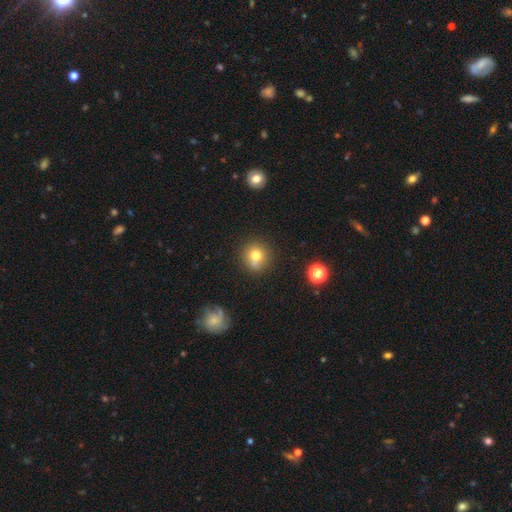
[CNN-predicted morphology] smooth 74%, star or artifact 13%, featured or disk 13%. Down the decision tree: how rounded — round (89%); merging — none (69%).